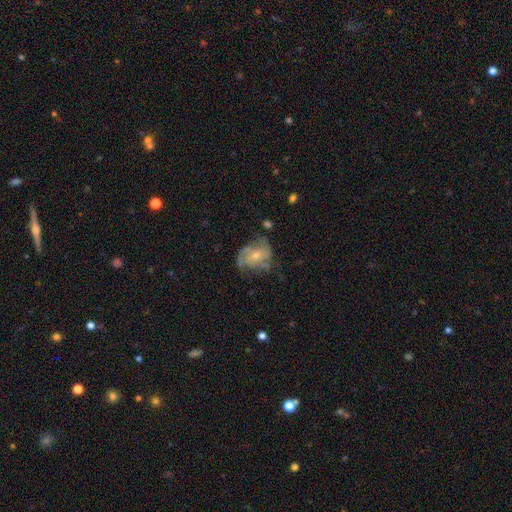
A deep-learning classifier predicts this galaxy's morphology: Smooth or featured? Predicted: featured or disk (p=0.70). Edge-on disk? Predicted: no (p=0.97). Bar? Predicted: no (p=0.64). Spiral arms? Predicted: yes (p=0.85). Spiral winding? Predicted: medium (p=0.45). Spiral arm count? Predicted: 3 (p=0.29). Bulge size? Predicted: small (p=0.62). Merging? Predicted: none (p=0.52).